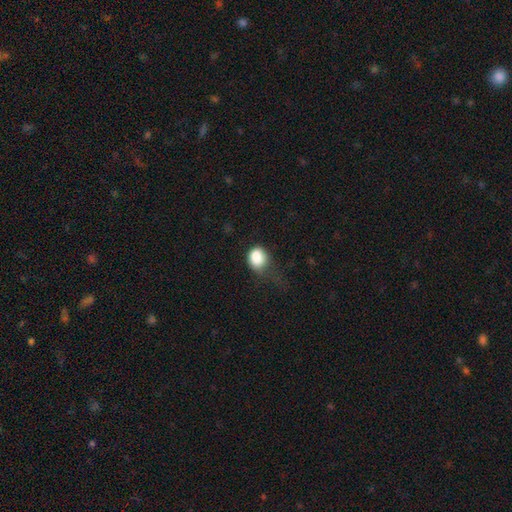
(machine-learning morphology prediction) smooth_or_featured: smooth (p=0.84) [alt: star or artifact p=0.09]
how_rounded: round (p=0.61) [alt: in between p=0.37]
merging: minor disturbance (p=0.36) [alt: none p=0.34]